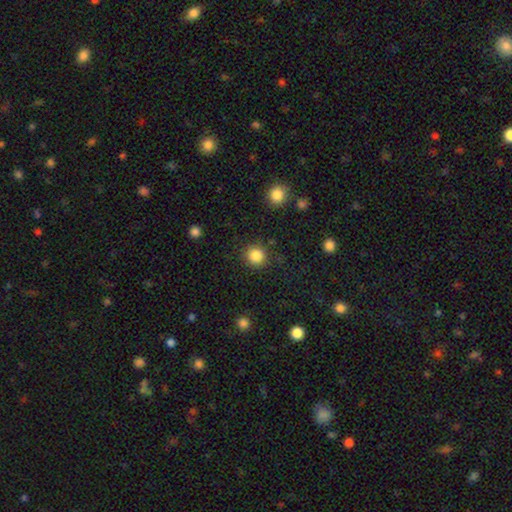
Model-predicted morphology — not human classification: This is clearly a smooth galaxy (85%). How rounded: clearly round (92%). Merging: clearly none (89%).